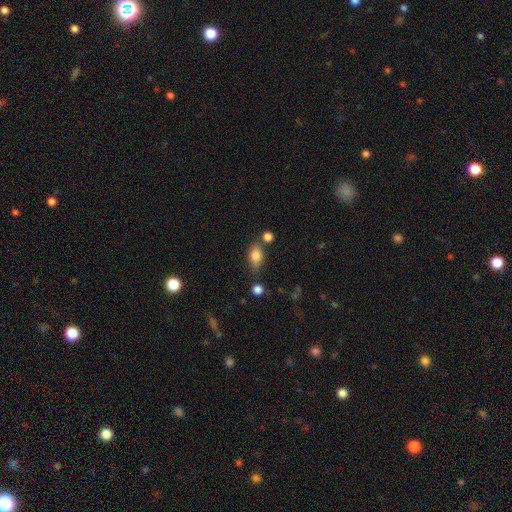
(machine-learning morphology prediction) smooth 80%, featured or disk 11%, star or artifact 9%. Down the decision tree: how rounded — in between (84%); merging — none (69%).